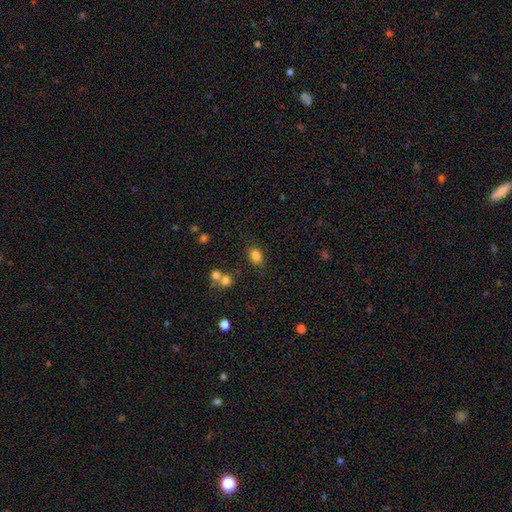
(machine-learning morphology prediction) smooth 83%, star or artifact 11%, featured or disk 6%. Down the decision tree: how rounded — in between (75%); merging — none (78%).